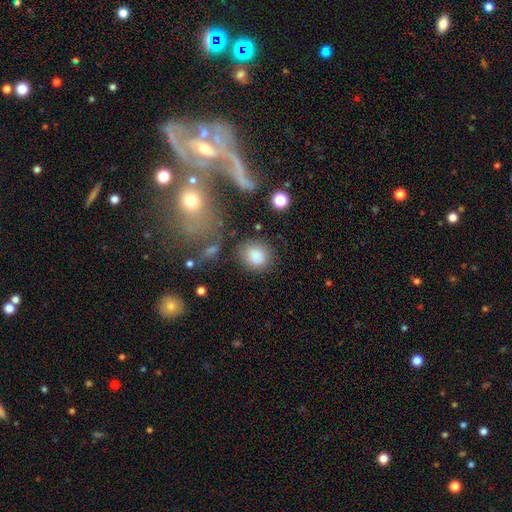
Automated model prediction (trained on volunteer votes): A smooth galaxy with no disk features (83%) that is round (74%). Merging: none (73%).